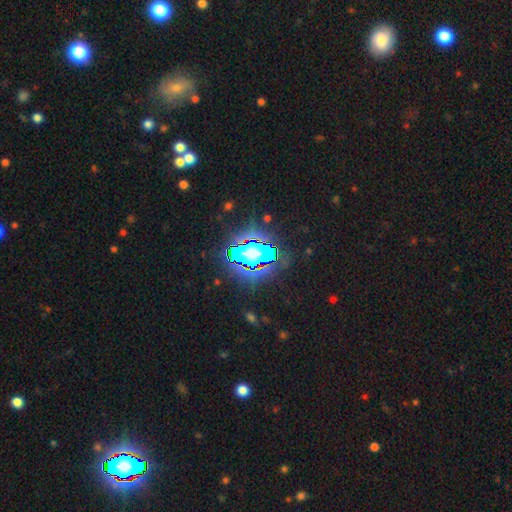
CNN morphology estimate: Smooth or featured? star or artifact (61%)